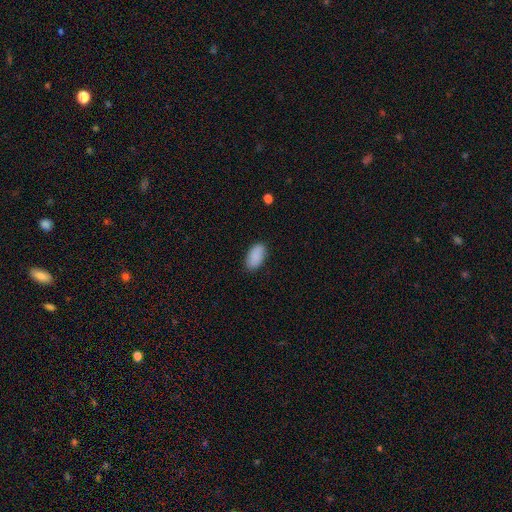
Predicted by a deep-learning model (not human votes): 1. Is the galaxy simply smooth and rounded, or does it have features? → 89% smooth, 7% star or artifact, 4% featured or disk.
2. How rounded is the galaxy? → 94% in between, 3% round, 3% cigar-shaped.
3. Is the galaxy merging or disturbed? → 86% none, 11% minor disturbance, 2% major disturbance, 1% merger.